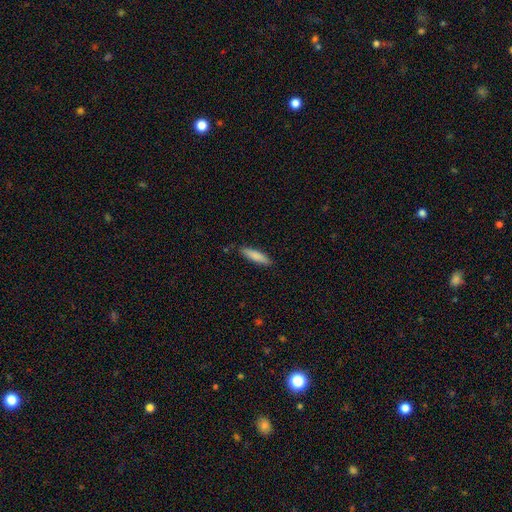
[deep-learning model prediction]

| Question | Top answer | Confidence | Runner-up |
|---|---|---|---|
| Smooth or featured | smooth | 83% | featured or disk (11%) |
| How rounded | cigar-shaped | 76% | in between (23%) |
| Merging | none | 86% | minor disturbance (11%) |